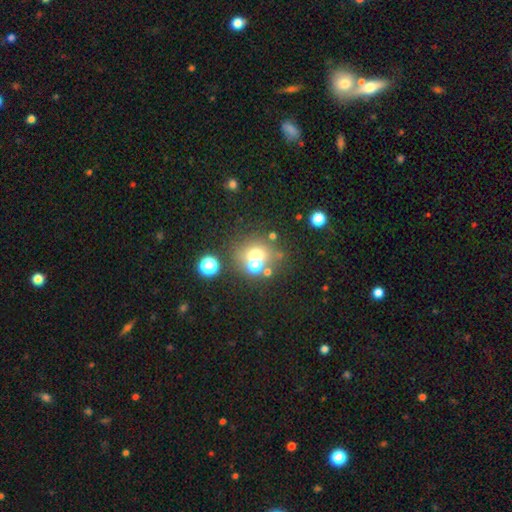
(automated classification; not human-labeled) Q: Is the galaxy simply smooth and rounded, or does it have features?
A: smooth — 59%.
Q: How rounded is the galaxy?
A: round — 80%.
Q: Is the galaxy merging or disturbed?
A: none — 52%.